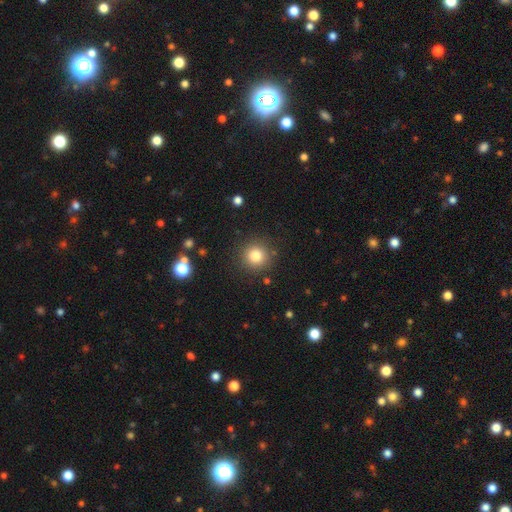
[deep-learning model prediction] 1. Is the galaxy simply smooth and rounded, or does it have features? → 81% smooth, 12% star or artifact, 7% featured or disk.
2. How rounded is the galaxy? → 94% round, 5% in between, 1% cigar-shaped.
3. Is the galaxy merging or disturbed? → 88% none, 7% minor disturbance, 3% major disturbance, 2% merger.